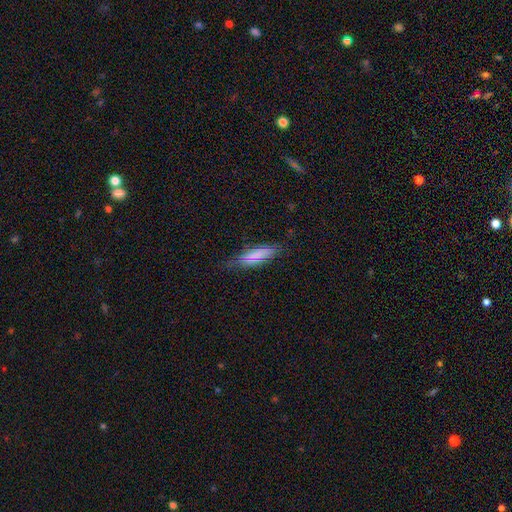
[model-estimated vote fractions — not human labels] This appears to be a smooth galaxy with no disk features (72%) that is in between round and cigar-shaped (61%). Merging: none (76%).